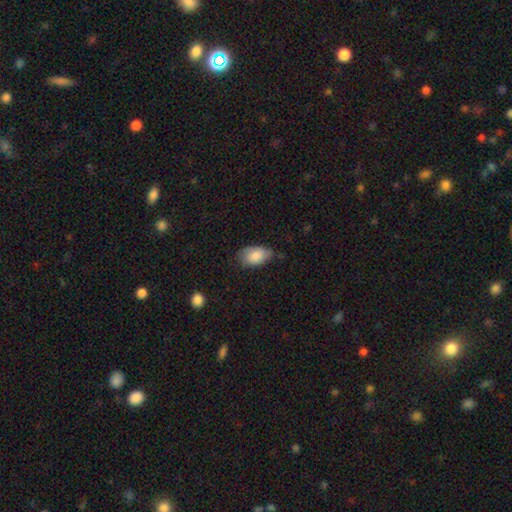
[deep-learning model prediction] This is clearly a smooth galaxy (83%). How rounded: clearly in between (93%). Merging: likely none (65%).